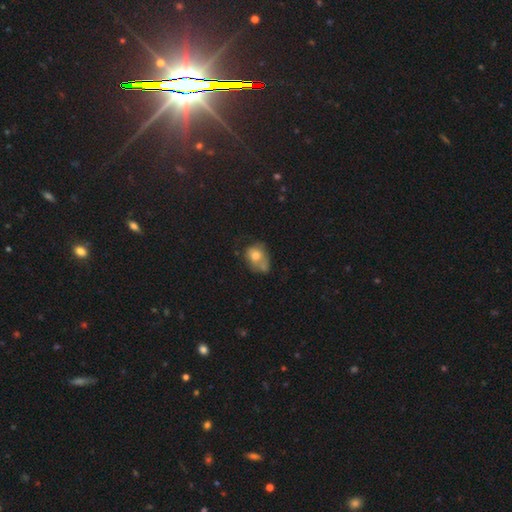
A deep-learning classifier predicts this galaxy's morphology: Smooth or featured? smooth (72%)
How rounded? round (56%)
Merging? merger (34%, tied with none)